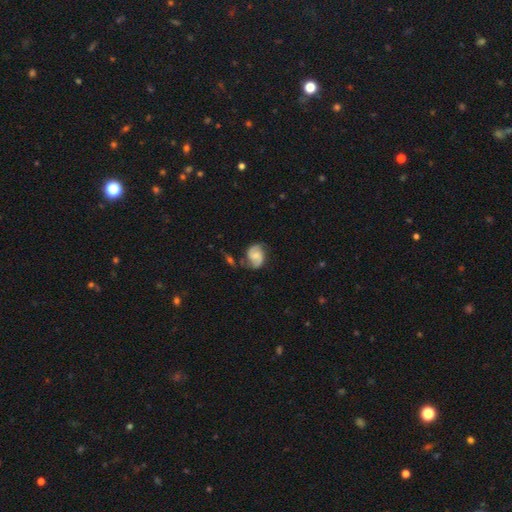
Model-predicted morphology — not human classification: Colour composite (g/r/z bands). It shows a featured or disk galaxy (75%) with no bar (52%), 2 (89%) medium (49%) spiral arms (95%) and a small central bulge (43%). Merging: none (67%).